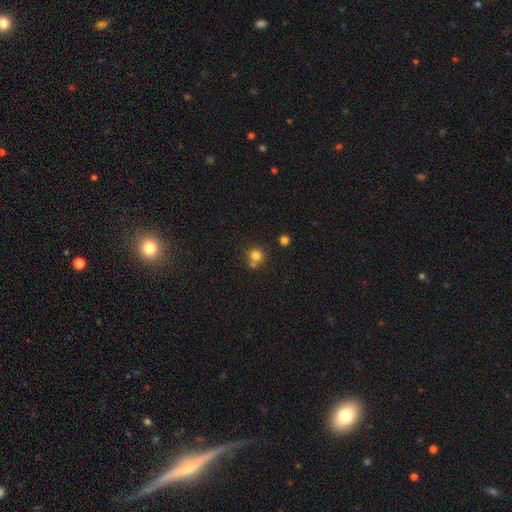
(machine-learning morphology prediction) Smooth or featured? Predicted: smooth (p=0.78). How rounded? Predicted: round (p=0.90). Merging? Predicted: none (p=0.63).